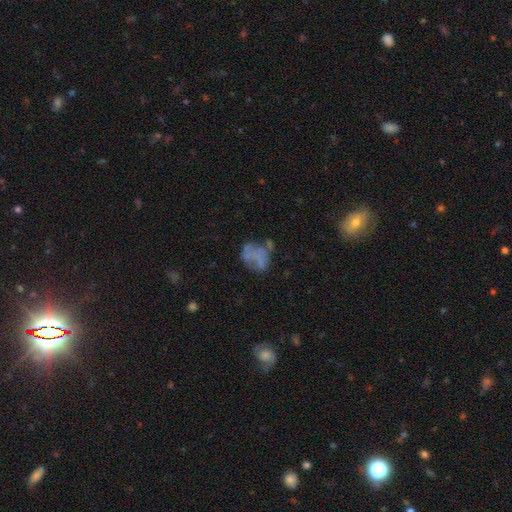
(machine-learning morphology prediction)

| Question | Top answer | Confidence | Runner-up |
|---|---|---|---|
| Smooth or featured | smooth | 42% | featured or disk (41%) |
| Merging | none | 39% | major disturbance (26%) |